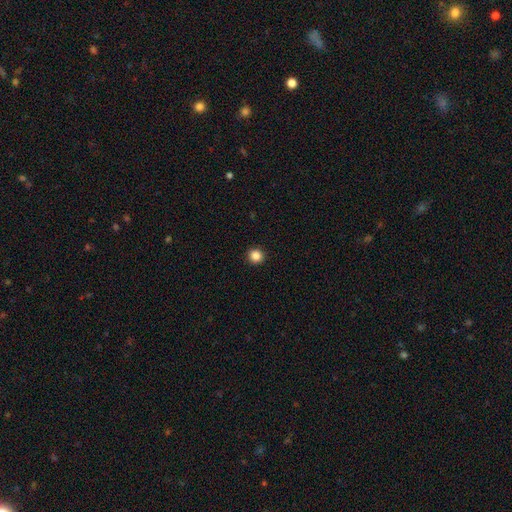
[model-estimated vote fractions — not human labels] The model was most divided on "smooth or featured": smooth: 86%, star or artifact: 11%, featured or disk: 3%. More confident: how rounded — round (94%); merging — none (93%).